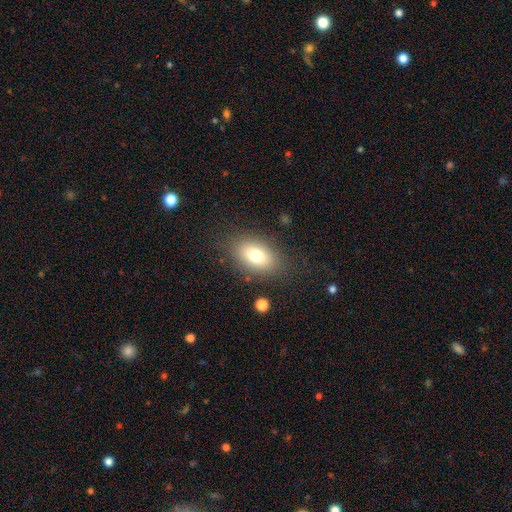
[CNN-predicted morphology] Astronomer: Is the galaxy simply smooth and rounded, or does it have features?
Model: smooth — 75%.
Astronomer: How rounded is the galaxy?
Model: in between — 86%.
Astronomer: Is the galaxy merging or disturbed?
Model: none — 81%.